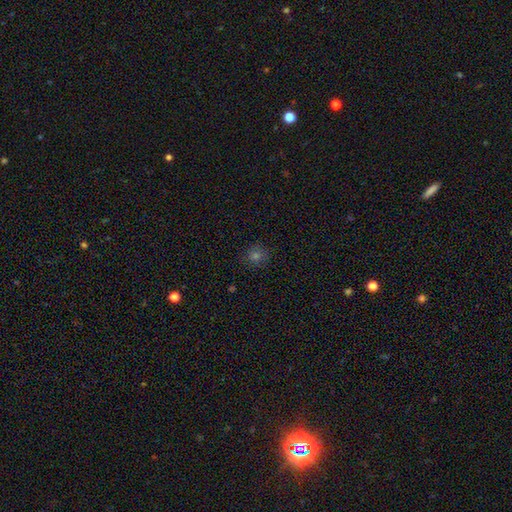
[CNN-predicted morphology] Smooth or featured?
  - smooth: 65% *
  - star or artifact: 27%
  - featured or disk: 9%
How rounded?
  - round: 87% *
  - in between: 12%
  - cigar-shaped: 1%
Merging?
  - none: 87% *
  - minor disturbance: 9%
  - major disturbance: 3%
  - merger: 1%